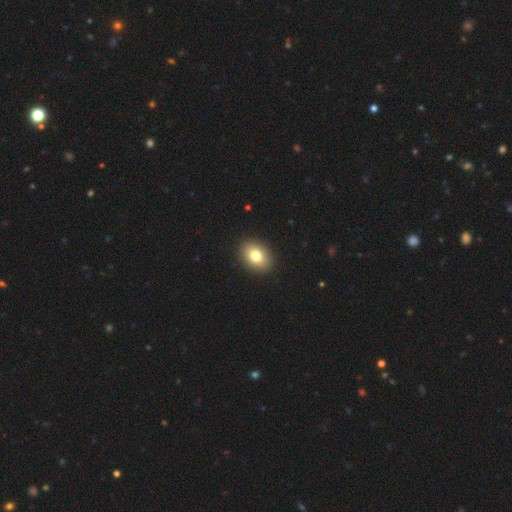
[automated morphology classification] Smooth or featured: smooth — 80% (featured or disk — 11%)
How rounded: in between — 75% (round — 24%)
Merging: none — 91% (minor disturbance — 6%)